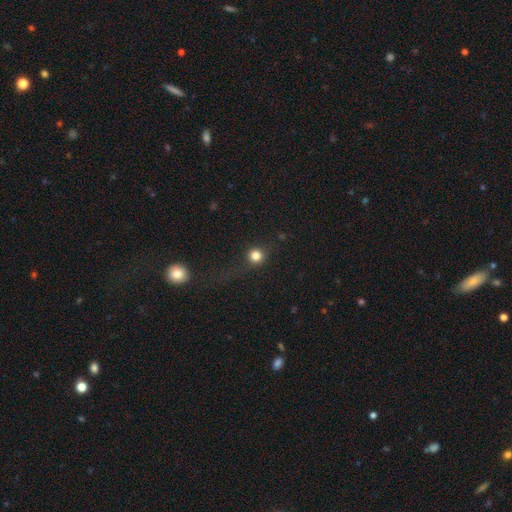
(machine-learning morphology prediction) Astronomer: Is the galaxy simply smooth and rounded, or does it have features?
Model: smooth — 80%.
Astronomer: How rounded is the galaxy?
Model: round — 93%.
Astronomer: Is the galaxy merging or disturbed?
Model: none — 78%.